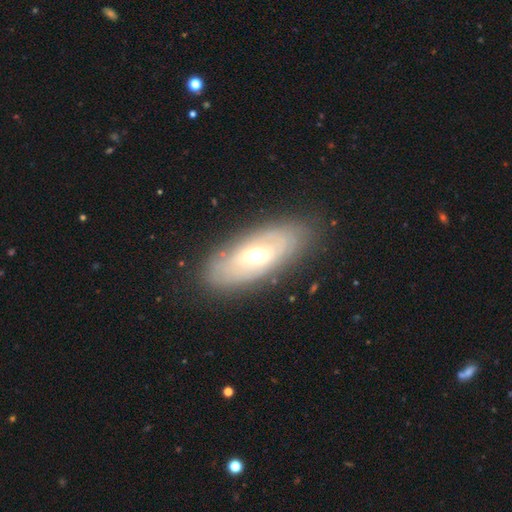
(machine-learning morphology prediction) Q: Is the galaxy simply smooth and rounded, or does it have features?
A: featured or disk — 61%.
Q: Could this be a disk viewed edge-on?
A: no — 81%.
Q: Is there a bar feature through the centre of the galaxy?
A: no — 53%.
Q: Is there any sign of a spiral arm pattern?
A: no — 55%.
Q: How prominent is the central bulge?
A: moderate — 69%.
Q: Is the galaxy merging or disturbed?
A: none — 84%.